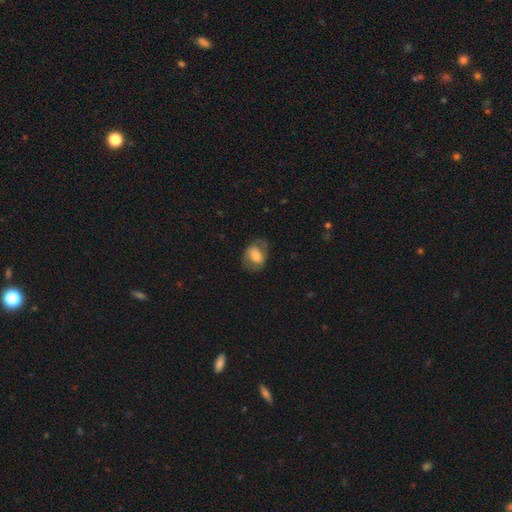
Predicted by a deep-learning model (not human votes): This appears to be a smooth galaxy with no disk features (49%). Merging: none (65%).